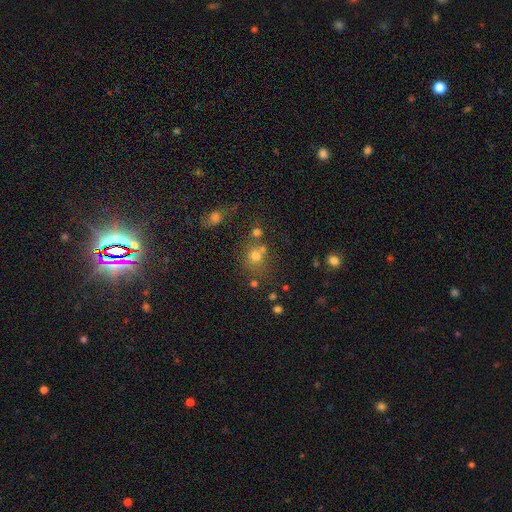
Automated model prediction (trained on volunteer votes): Smooth or featured: smooth — 61% (star or artifact — 27%)
How rounded: round — 79% (in between — 20%)
Merging: none — 56% (merger — 27%)